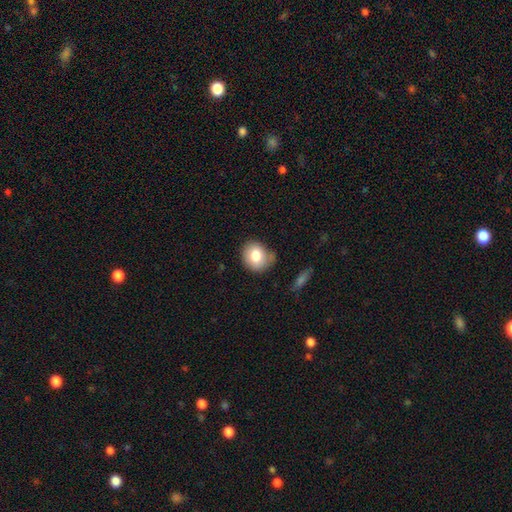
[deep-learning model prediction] The model was most divided on "how rounded": round: 69%, in between: 30%, cigar-shaped: 1%. More confident: smooth or featured — smooth (79%); merging — none (67%).